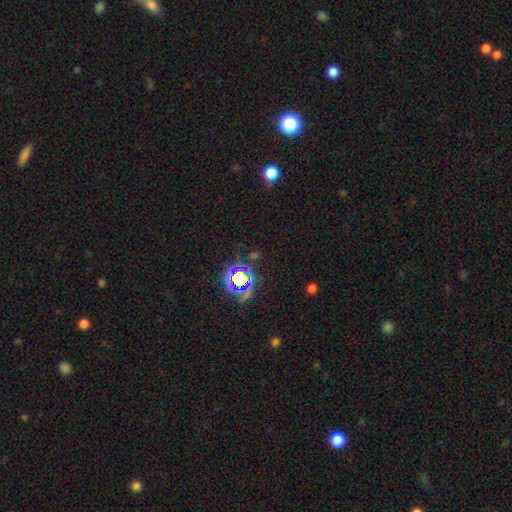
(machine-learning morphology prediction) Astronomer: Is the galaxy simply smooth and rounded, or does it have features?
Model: star or artifact — 76%.